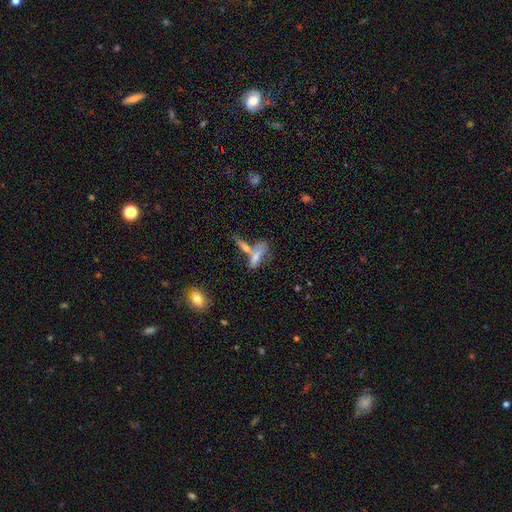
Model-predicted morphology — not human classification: This appears to be a smooth galaxy with no disk features (63%) that is in between round and cigar-shaped (51%). Merging: merger (49%).